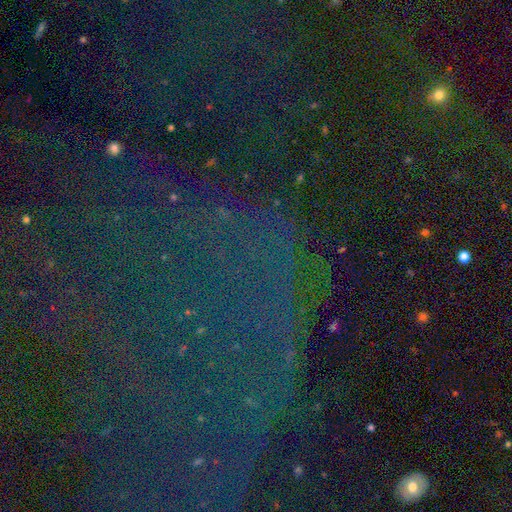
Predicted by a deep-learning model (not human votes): Smooth or featured: star or artifact — 84% (smooth — 9%)